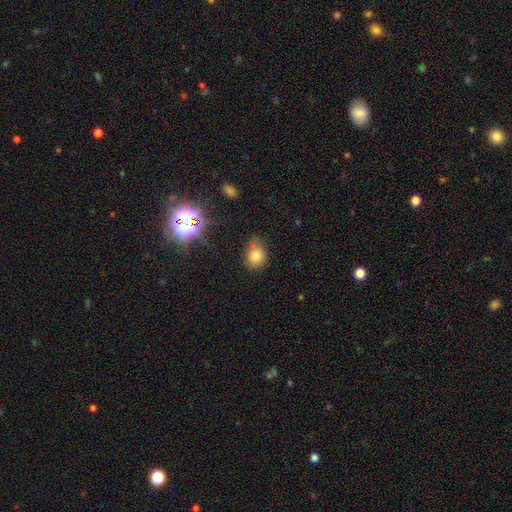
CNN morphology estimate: This appears to be a smooth galaxy with no disk features (75%) that is in between round and cigar-shaped (49%, tied with round). Merging: none (58%).